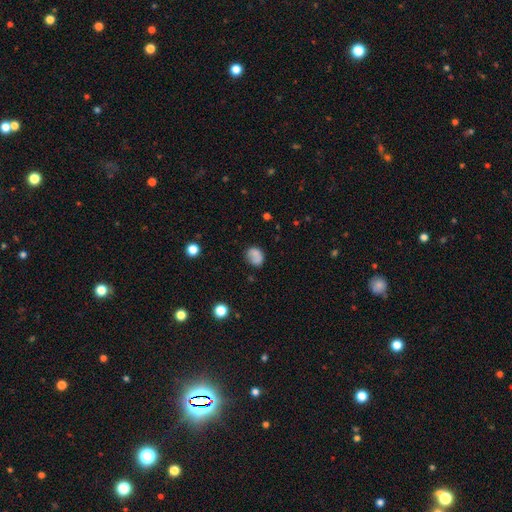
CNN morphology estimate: This is likely a smooth galaxy (76%). How rounded: possibly in between (53%). Merging: likely none (62%).